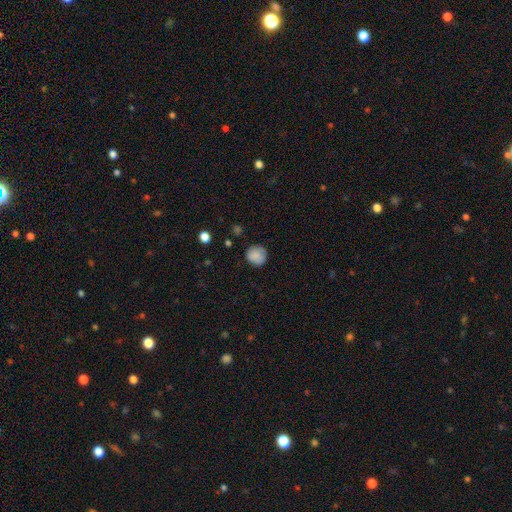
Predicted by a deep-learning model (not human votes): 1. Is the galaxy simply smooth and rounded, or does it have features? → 83% smooth, 9% star or artifact, 8% featured or disk.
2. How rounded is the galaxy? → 86% round, 13% in between, 1% cigar-shaped.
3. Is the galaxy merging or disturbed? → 76% none, 18% minor disturbance, 5% major disturbance, 2% merger.